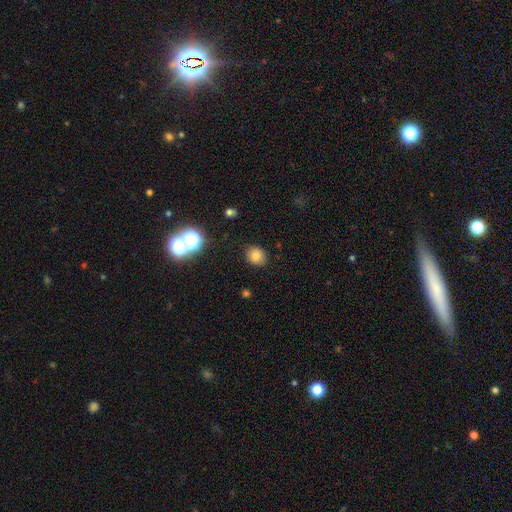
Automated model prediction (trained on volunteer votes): smooth-or-featured: smooth: 77% | star or artifact: 15% | featured or disk: 8%
  how-rounded: round: 71% | in between: 28% | cigar-shaped: 1%
  merging: none: 88% | minor disturbance: 8% | major disturbance: 3% | merger: 1%